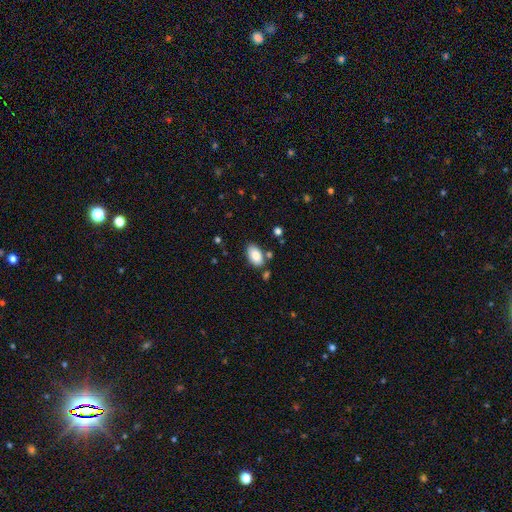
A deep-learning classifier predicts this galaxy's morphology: A smooth galaxy with no disk features (85%) that is in between round and cigar-shaped (94%).

Vote fractions:
- Smooth or featured? smooth: 85% / featured or disk: 8% / star or artifact: 7%
- How rounded? in between: 94% / round: 5% / cigar-shaped: 2%
- Merging? none: 78% / minor disturbance: 12% / merger: 6% / major disturbance: 3%